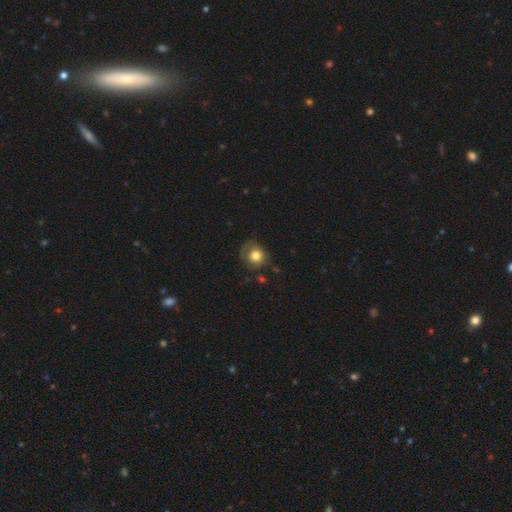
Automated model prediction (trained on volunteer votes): Smooth or featured? Predicted: smooth (p=0.75). How rounded? Predicted: round (p=0.80). Merging? Predicted: none (p=0.60).